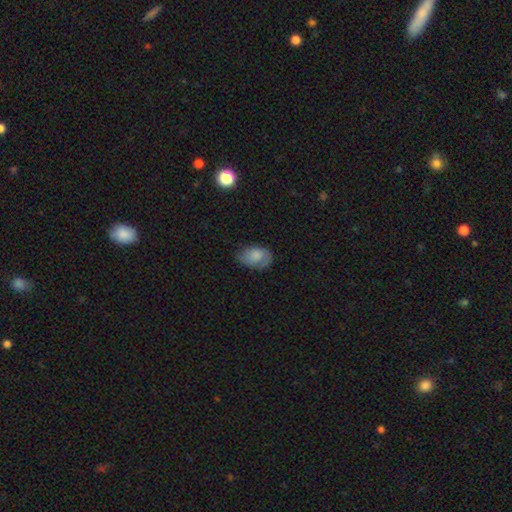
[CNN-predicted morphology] The model was most divided on "merging": none: 60%, minor disturbance: 30%, major disturbance: 9%, merger: 1%. More confident: how rounded — in between (85%); smooth or featured — smooth (70%).